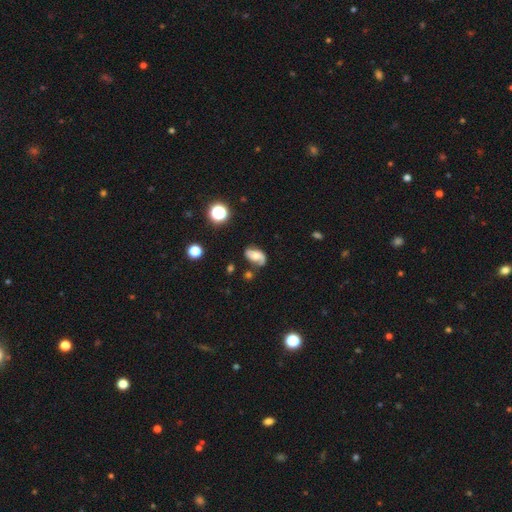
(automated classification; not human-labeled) A featured or disk galaxy (61%) with no bar (60%), 2 (81%) loose (46%) spiral arms (90%) and a moderate central bulge (48%).

Vote fractions:
- Smooth or featured? featured or disk: 61% / smooth: 29% / star or artifact: 10%
- Edge-on disk? no: 96% / yes: 4%
- Bar? no: 60% / weak: 31% / strong: 9%
- Spiral arms? yes: 90% / no: 10%
- Spiral winding? loose: 46% / medium: 37% / tight: 17%
- Spiral arm count? 2: 81% / 1: 10% / can't tell: 7% / 3: 1% / 4: 1% / more than 4: 1%
- Bulge size? moderate: 48% / small: 31% / large: 10% / none: 8% / dominant: 2%
- Merging? none: 61% / minor disturbance: 23% / major disturbance: 9% / merger: 6%